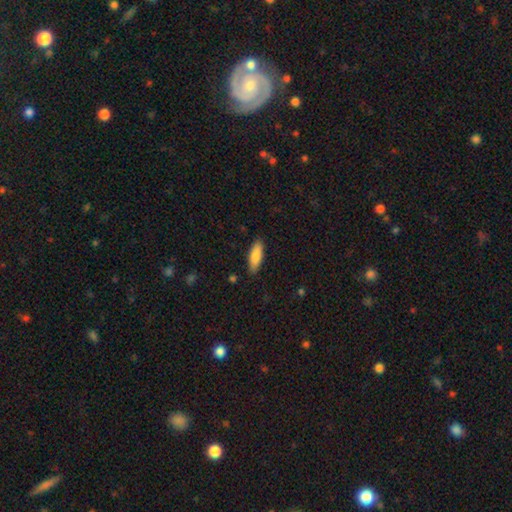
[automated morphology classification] Overall: smooth (83%). How rounded: in between (55%; cigar-shaped 44%). Merging: none (88%).